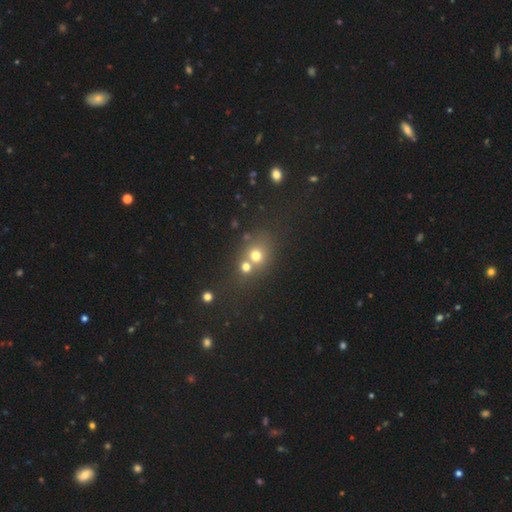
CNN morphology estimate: smooth_or_featured: smooth (p=0.67) [alt: star or artifact p=0.20]
how_rounded: round (p=0.75) [alt: in between p=0.24]
merging: merger (p=0.45) [alt: none p=0.44]